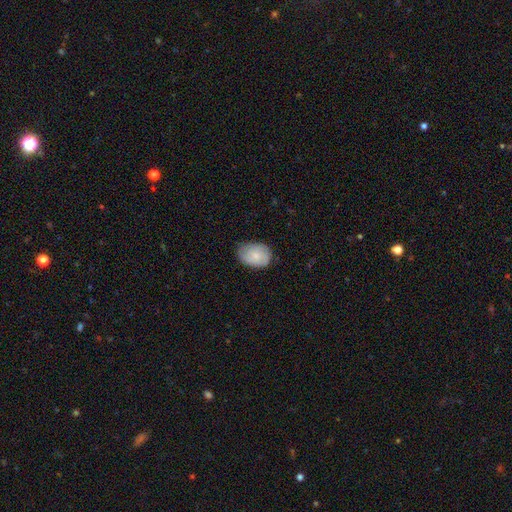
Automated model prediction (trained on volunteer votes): Smooth or featured: smooth — 75% (featured or disk — 18%)
How rounded: in between — 75% (round — 24%)
Merging: none — 63% (minor disturbance — 31%)